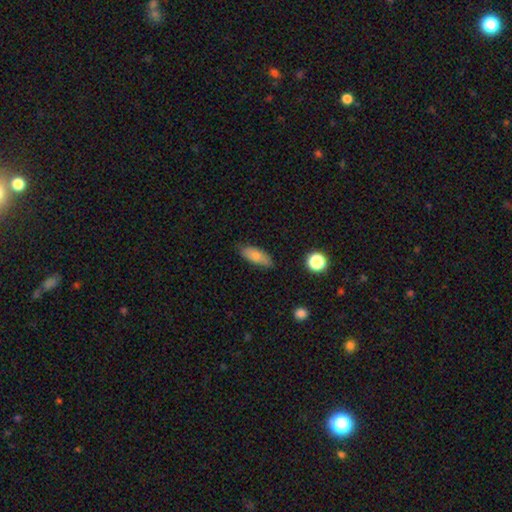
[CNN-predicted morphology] Smooth or featured: smooth — 75% (featured or disk — 17%)
How rounded: in between — 75% (cigar-shaped — 21%)
Merging: none — 75% (minor disturbance — 20%)